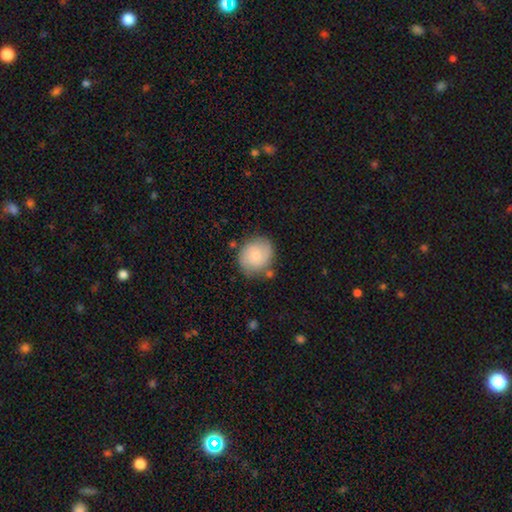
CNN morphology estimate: Overall: smooth (69%). How rounded: round (76%). Merging: none (74%).